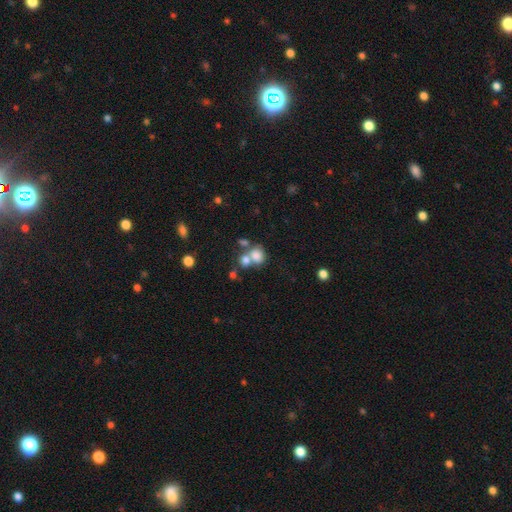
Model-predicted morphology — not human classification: smooth-or-featured: smooth: 77% | star or artifact: 12% | featured or disk: 11%
  how-rounded: round: 61% | in between: 38% | cigar-shaped: 1%
  merging: merger: 49% | none: 35% | minor disturbance: 10% | major disturbance: 7%